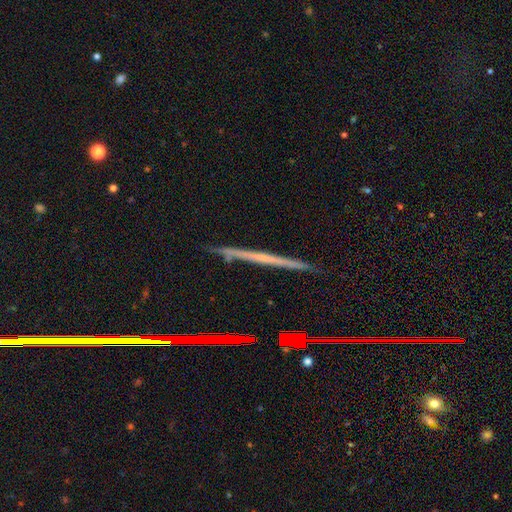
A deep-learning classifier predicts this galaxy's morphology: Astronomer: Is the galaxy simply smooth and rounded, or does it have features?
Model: featured or disk — 60%.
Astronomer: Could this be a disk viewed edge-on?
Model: yes — 95%.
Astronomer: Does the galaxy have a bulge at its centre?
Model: none — 70%.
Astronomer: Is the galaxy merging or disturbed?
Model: none — 87%.